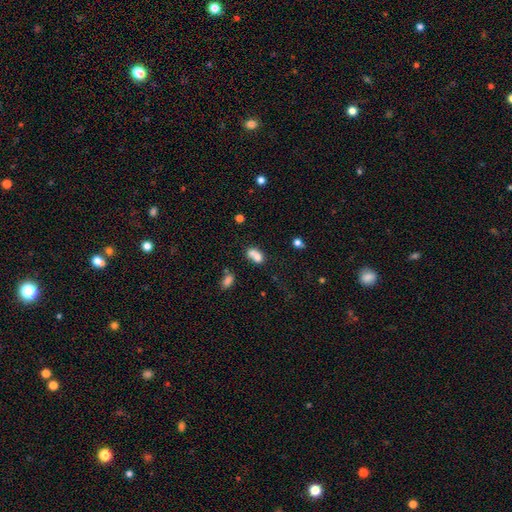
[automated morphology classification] type=smooth (71%); roundness=in between (60%); merging=merger (63%).